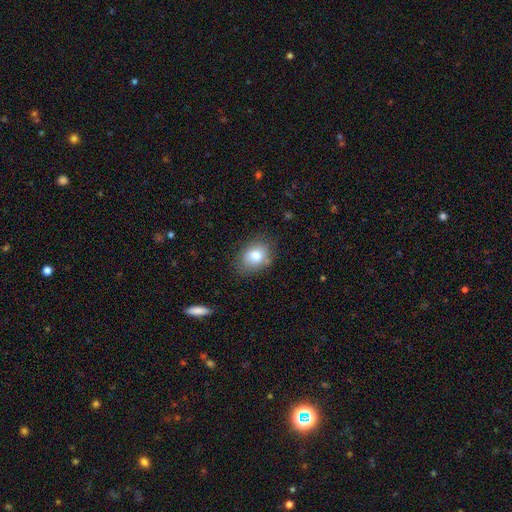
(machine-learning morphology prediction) This is likely a smooth galaxy (79%). How rounded: likely in between (65%). Merging: likely none (77%).